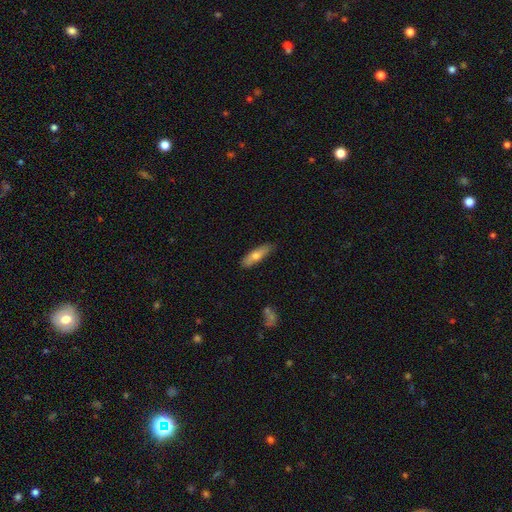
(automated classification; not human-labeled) smooth-or-featured: smooth: 65% | featured or disk: 29% | star or artifact: 6%
  how-rounded: cigar-shaped: 64% | in between: 34% | round: 2%
  merging: none: 82% | minor disturbance: 14% | major disturbance: 2% | merger: 2%